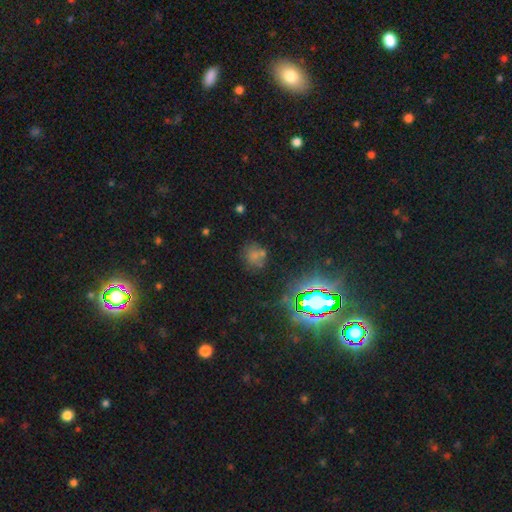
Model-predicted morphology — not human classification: smooth-or-featured: smooth: 56% | star or artifact: 30% | featured or disk: 15%
  how-rounded: round: 77% | in between: 22% | cigar-shaped: 1%
  merging: none: 60% | minor disturbance: 17% | merger: 14% | major disturbance: 9%